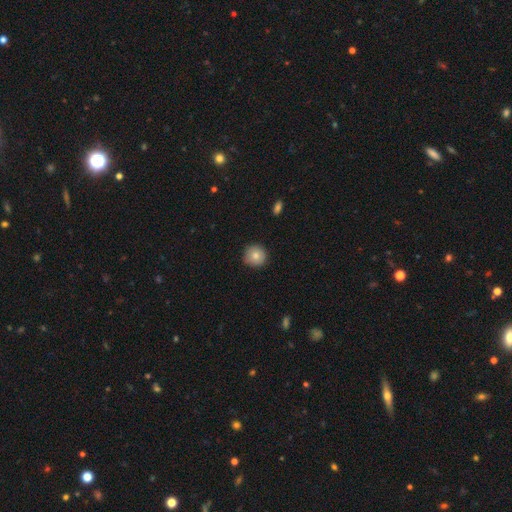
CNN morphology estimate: This appears to be a smooth galaxy with no disk features (81%) that is round (94%). Merging: none (88%).